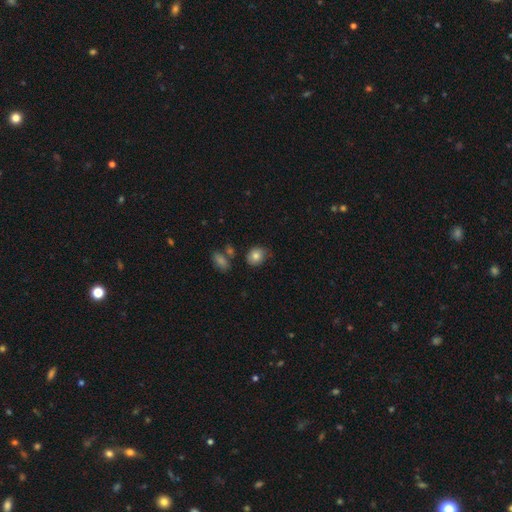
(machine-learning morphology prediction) A smooth galaxy with no disk features (81%) that is round (58%).

Vote fractions:
- Smooth or featured? smooth: 81% / star or artifact: 10% / featured or disk: 10%
- How rounded? round: 58% / in between: 41% / cigar-shaped: 1%
- Merging? none: 69% / minor disturbance: 21% / merger: 6% / major disturbance: 5%